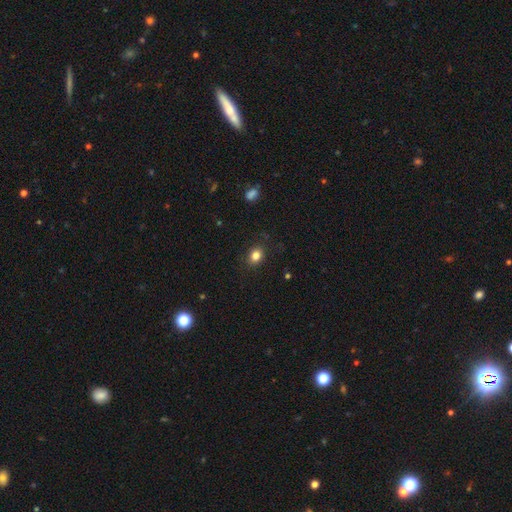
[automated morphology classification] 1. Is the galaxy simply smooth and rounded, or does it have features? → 83% smooth, 11% star or artifact, 6% featured or disk.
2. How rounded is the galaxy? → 52% in between, 47% round, 1% cigar-shaped.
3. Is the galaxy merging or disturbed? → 87% none, 10% minor disturbance, 3% major disturbance, 1% merger.